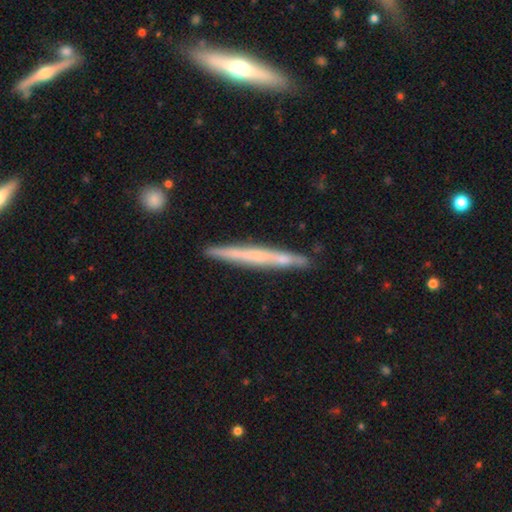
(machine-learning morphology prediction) smooth_or_featured: featured or disk (p=0.50) [alt: smooth p=0.44]
disk_edge_on: yes (p=0.94) [alt: no p=0.06]
merging: none (p=0.86) [alt: minor disturbance p=0.10]